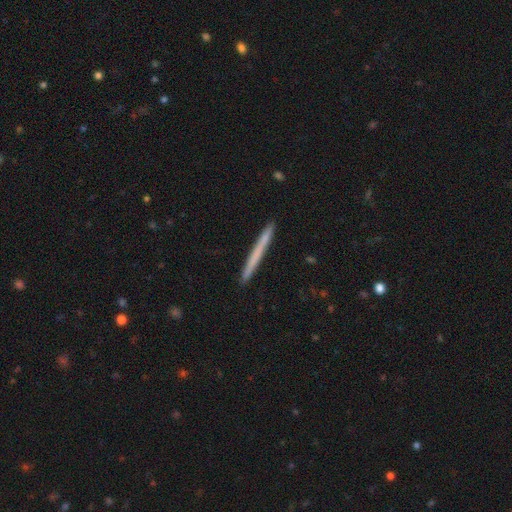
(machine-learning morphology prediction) Smooth or featured?
  - smooth: 60% *
  - featured or disk: 35%
  - star or artifact: 5%
How rounded?
  - cigar-shaped: 97% *
  - in between: 1%
  - round: 1%
Merging?
  - none: 92% *
  - minor disturbance: 6%
  - major disturbance: 1%
  - merger: 1%